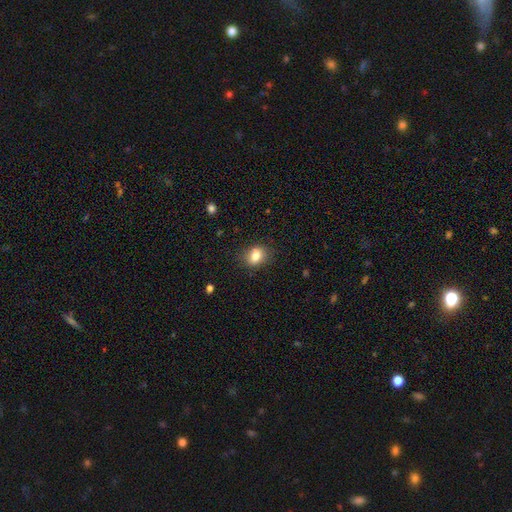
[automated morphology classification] smooth 81%, star or artifact 10%, featured or disk 9%. Down the decision tree: how rounded — in between (58%); merging — none (79%).